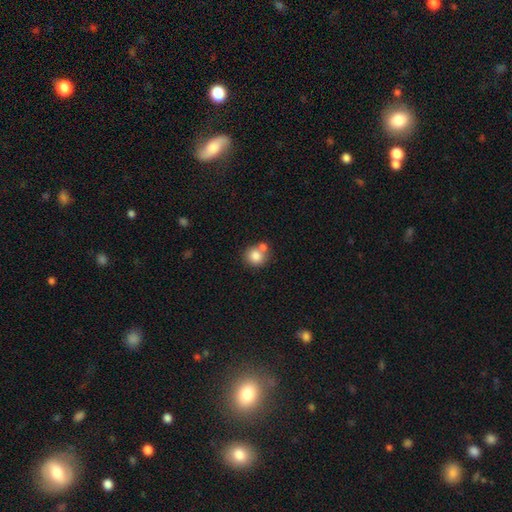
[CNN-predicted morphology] A smooth galaxy with no disk features (82%) that is round (85%). Merging: none (54%).